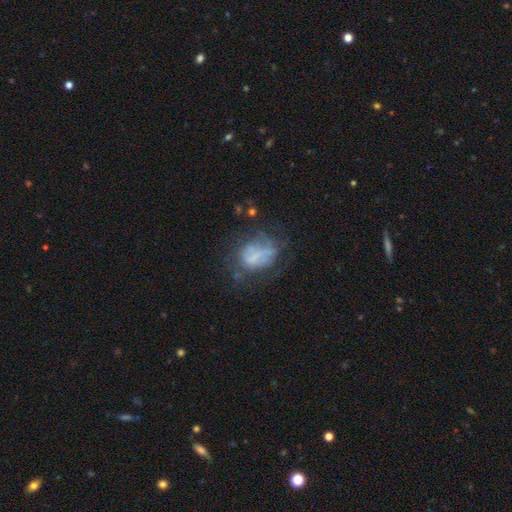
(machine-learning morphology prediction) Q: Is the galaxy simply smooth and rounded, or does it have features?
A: featured or disk — 48%.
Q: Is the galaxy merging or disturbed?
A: none — 39%.